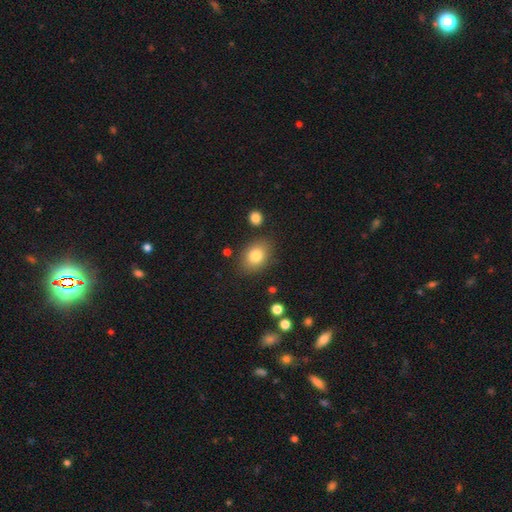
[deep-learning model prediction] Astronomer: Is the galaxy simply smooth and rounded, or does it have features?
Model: smooth — 81%.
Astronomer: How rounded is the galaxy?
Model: in between — 69%.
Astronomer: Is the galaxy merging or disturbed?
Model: none — 82%.